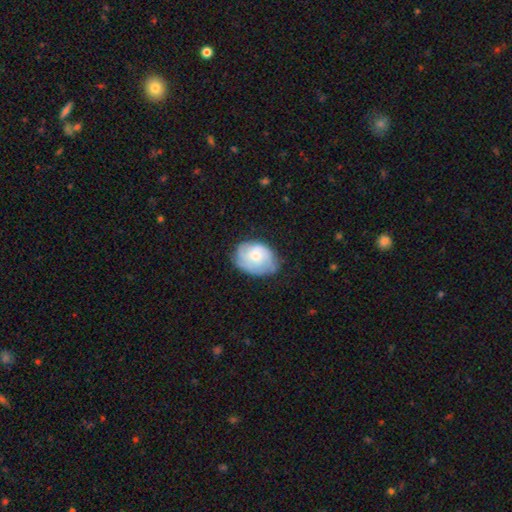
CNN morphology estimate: A featured or disk galaxy (56%) with no bar (75%), spiral arms (84%) and a moderate central bulge (51%).

Vote fractions:
- Smooth or featured? featured or disk: 56% / smooth: 38% / star or artifact: 6%
- Edge-on disk? no: 97% / yes: 3%
- Bar? no: 75% / weak: 23% / strong: 3%
- Spiral arms? yes: 84% / no: 16%
- Bulge size? moderate: 51% / small: 40% / large: 6% / none: 3% / dominant: 1%
- Merging? none: 67% / minor disturbance: 25% / major disturbance: 7% / merger: 1%